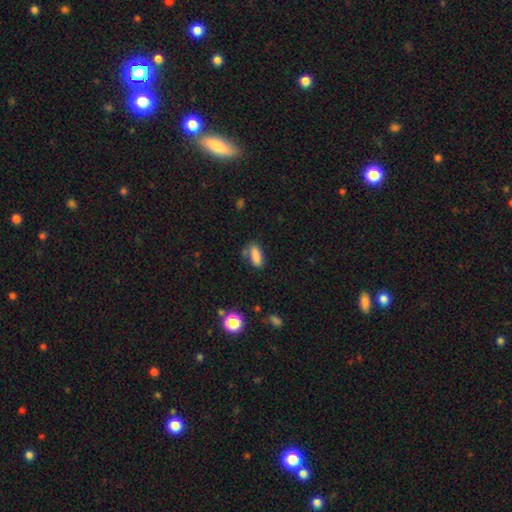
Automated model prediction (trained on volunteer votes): This is clearly a smooth galaxy (85%). How rounded: likely in between (74%). Merging: likely none (65%).